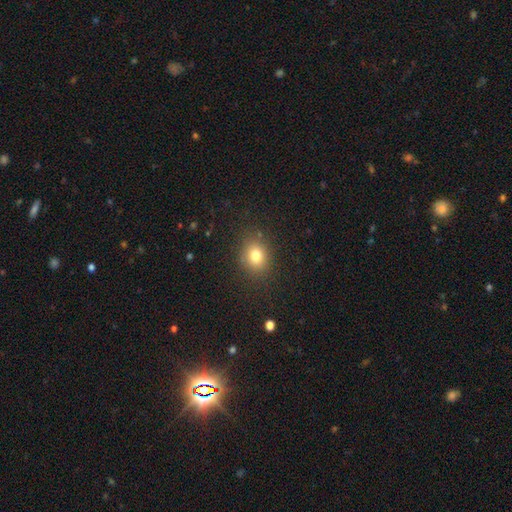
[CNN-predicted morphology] Smooth or featured: smooth — 79% (star or artifact — 13%)
How rounded: round — 60% (in between — 39%)
Merging: none — 85% (minor disturbance — 10%)